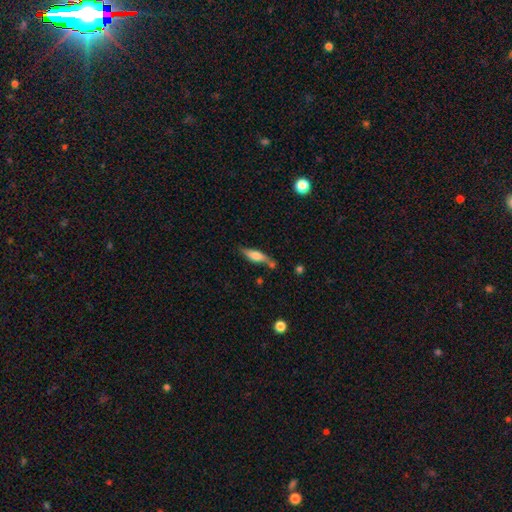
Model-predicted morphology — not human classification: Smooth or featured? smooth (57%)
How rounded? cigar-shaped (58%)
Merging? none (62%)